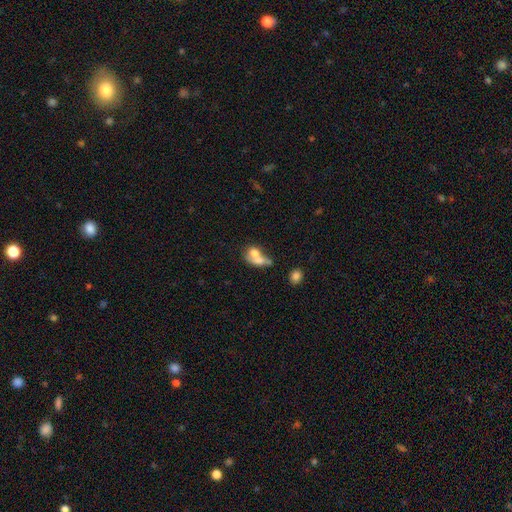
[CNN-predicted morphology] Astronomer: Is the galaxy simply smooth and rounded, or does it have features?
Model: smooth — 62%.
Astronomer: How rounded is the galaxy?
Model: in between — 60%.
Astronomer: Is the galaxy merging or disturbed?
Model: merger — 63%.